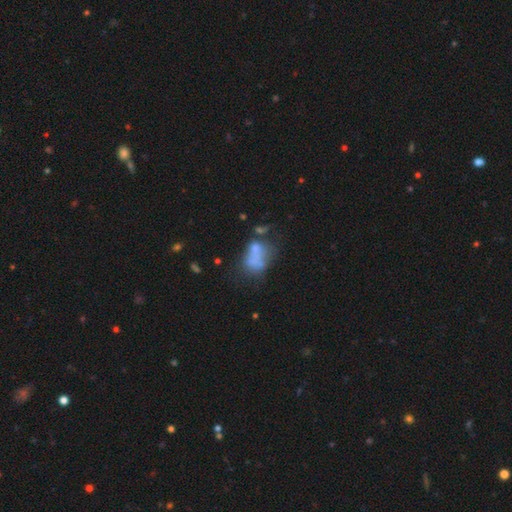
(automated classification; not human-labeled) Overall: smooth (52%; featured or disk 34%). How rounded: in between (80%). Merging: merger (35%; none 24%).